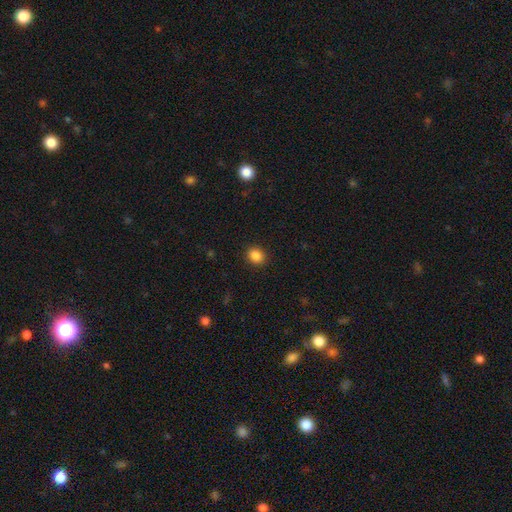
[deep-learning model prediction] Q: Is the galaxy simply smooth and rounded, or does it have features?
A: smooth — 87%.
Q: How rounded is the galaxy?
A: round — 55%.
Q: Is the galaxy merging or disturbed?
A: none — 90%.